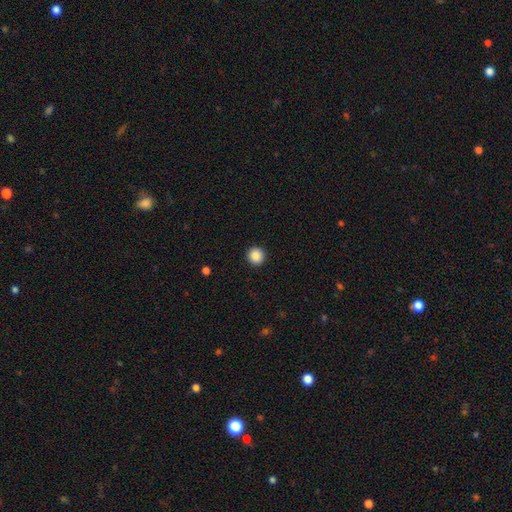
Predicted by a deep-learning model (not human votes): A smooth galaxy with no disk features (88%) that is round (94%). Merging: none (93%).